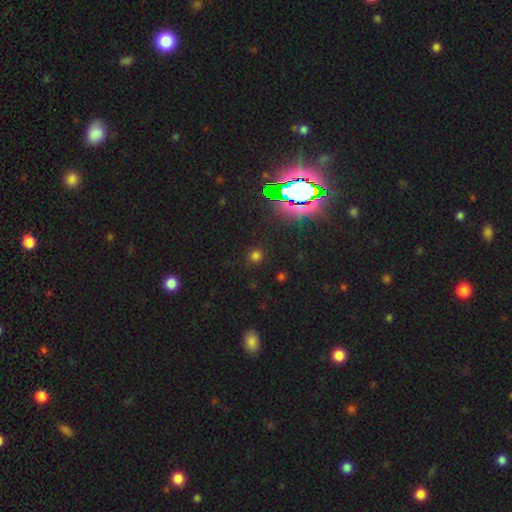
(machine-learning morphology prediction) This is possibly a smooth galaxy (60%). How rounded: clearly round (93%). Merging: clearly none (89%).